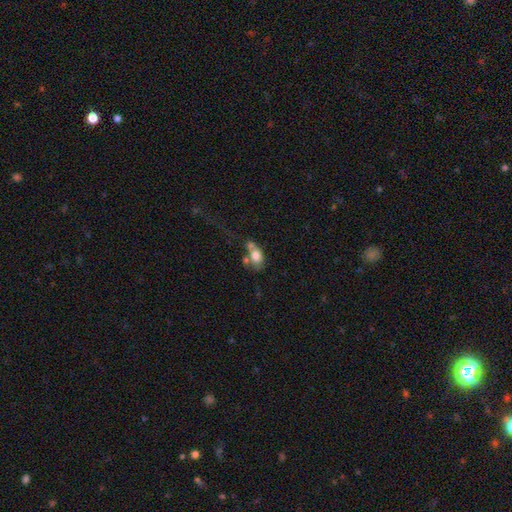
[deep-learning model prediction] smooth 69%, featured or disk 22%, star or artifact 9%. Down the decision tree: how rounded — in between (71%); merging — merger (45%).